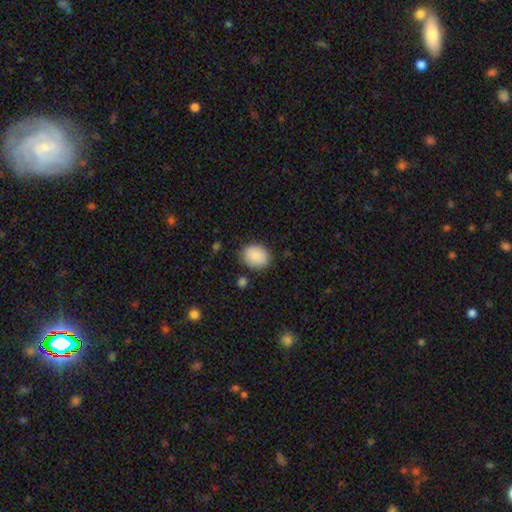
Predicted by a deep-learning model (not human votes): Morphology: type=smooth (88%); roundness=in between (56%); merging=none (83%).